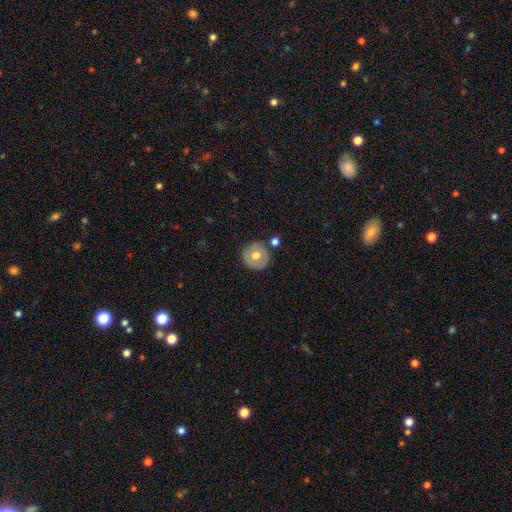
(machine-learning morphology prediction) Overall: smooth (60%; featured or disk 33%). How rounded: round (93%). Merging: none (80%).